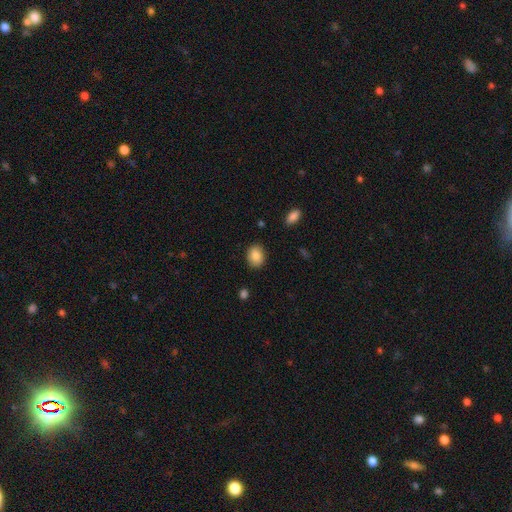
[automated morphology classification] Overall: smooth (86%). How rounded: in between (56%; round 43%). Merging: none (87%).